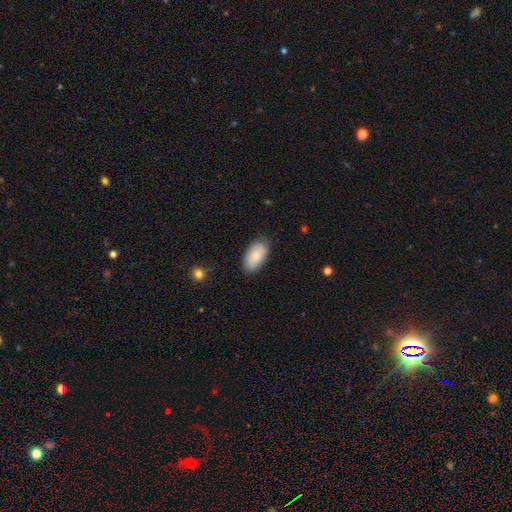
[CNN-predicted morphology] Smooth or featured: smooth — 84% (featured or disk — 10%)
How rounded: in between — 95% (round — 3%)
Merging: none — 82% (minor disturbance — 14%)